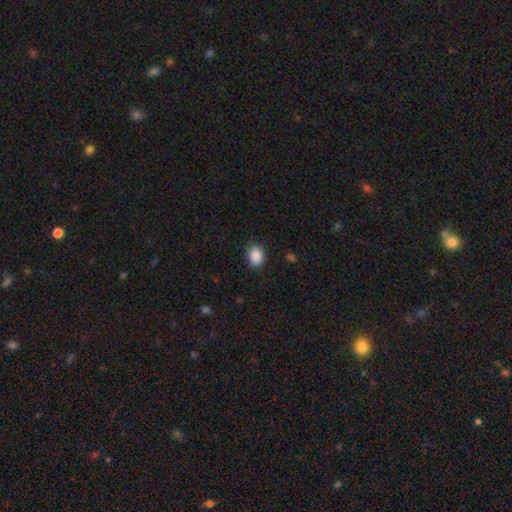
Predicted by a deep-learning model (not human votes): Smooth or featured: smooth — 88% (star or artifact — 8%)
How rounded: in between — 76% (round — 23%)
Merging: none — 82% (minor disturbance — 14%)